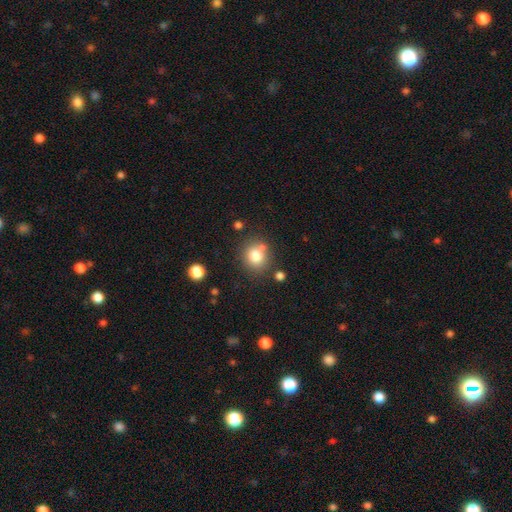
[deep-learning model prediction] Smooth or featured? smooth (79%)
How rounded? round (84%)
Merging? none (72%)